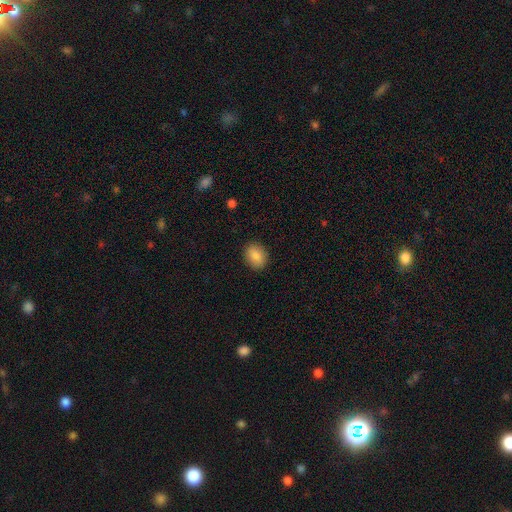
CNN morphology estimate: Smooth or featured?
  - smooth: 87% *
  - star or artifact: 8%
  - featured or disk: 5%
How rounded?
  - in between: 62% *
  - round: 36%
  - cigar-shaped: 1%
Merging?
  - none: 89% *
  - minor disturbance: 8%
  - major disturbance: 2%
  - merger: 1%